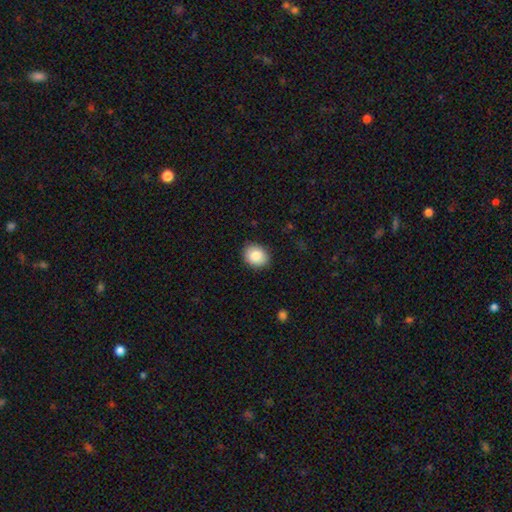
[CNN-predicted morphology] A smooth galaxy with no disk features (87%) that is in between round and cigar-shaped (50%).

Vote fractions:
- Smooth or featured? smooth: 87% / star or artifact: 7% / featured or disk: 5%
- How rounded? in between: 50% / round: 49% / cigar-shaped: 1%
- Merging? none: 88% / minor disturbance: 9% / major disturbance: 2% / merger: 1%